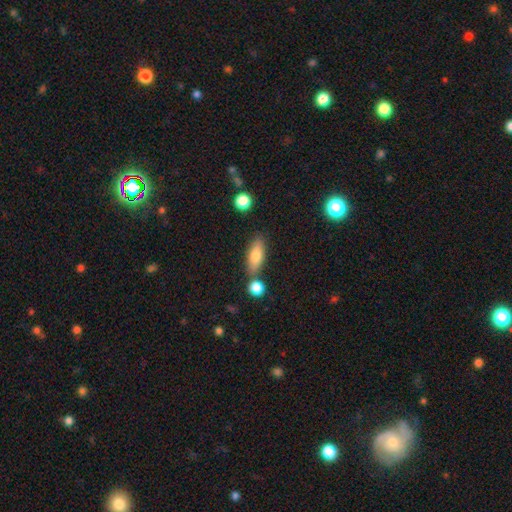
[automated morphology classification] Smooth or featured: smooth — 74% (featured or disk — 18%)
How rounded: in between — 73% (cigar-shaped — 24%)
Merging: none — 74% (minor disturbance — 13%)